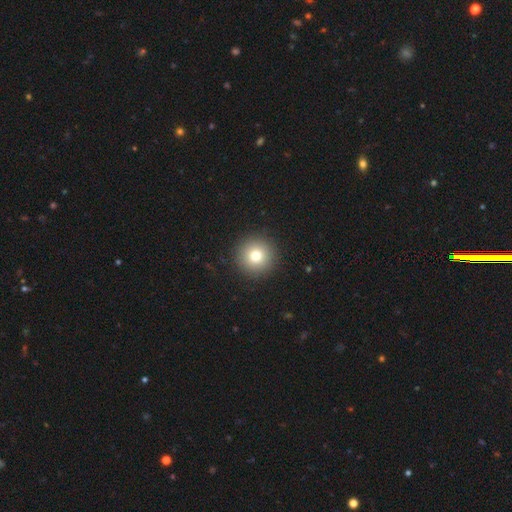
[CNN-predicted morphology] type=smooth (77%); roundness=round (96%); merging=none (92%).